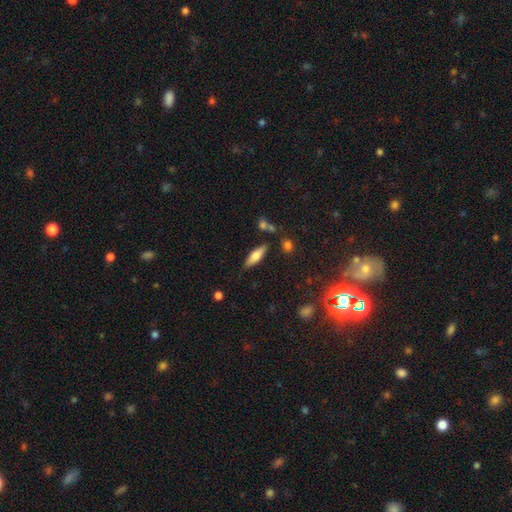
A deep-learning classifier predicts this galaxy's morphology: This appears to be a smooth galaxy with no disk features (62%) that is cigar-shaped (50%). Merging: none (79%).